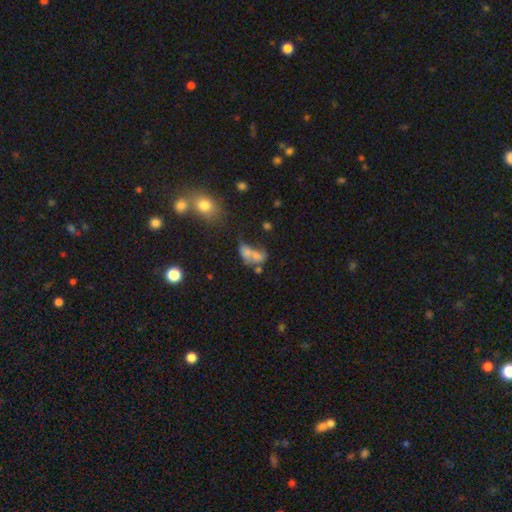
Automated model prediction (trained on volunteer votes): smooth_or_featured: smooth (p=0.58) [alt: featured or disk p=0.27]
how_rounded: in between (p=0.79) [alt: round p=0.17]
merging: merger (p=0.61) [alt: none p=0.18]